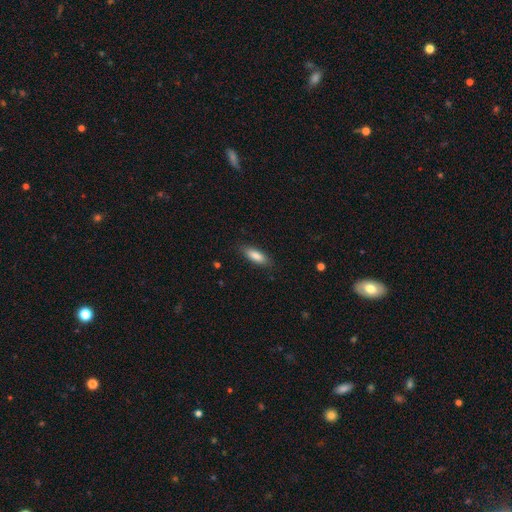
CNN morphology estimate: Smooth or featured? smooth (85%)
How rounded? in between (62%)
Merging? none (85%)